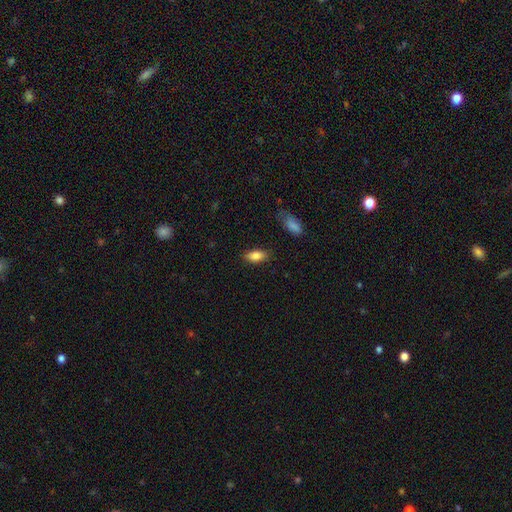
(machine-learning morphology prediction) Q: Smooth or featured?
A: smooth (83%); runner-up: featured or disk (9%)
Q: How rounded?
A: in between (86%); runner-up: cigar-shaped (11%)
Q: Merging?
A: none (84%); runner-up: minor disturbance (12%)